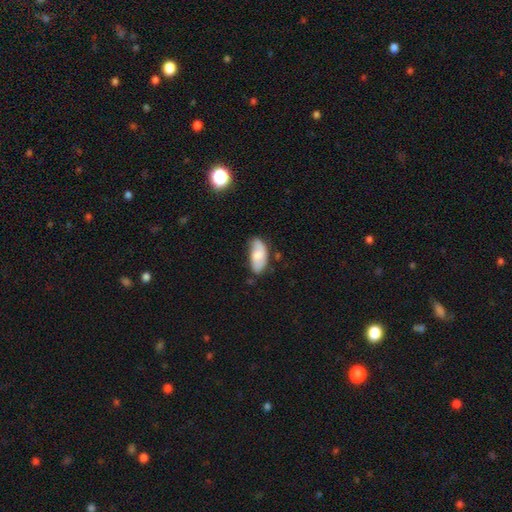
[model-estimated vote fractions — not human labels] smooth_or_featured: smooth (p=0.63) [alt: featured or disk p=0.29]
how_rounded: in between (p=0.91) [alt: cigar-shaped p=0.06]
merging: none (p=0.56) [alt: minor disturbance p=0.32]